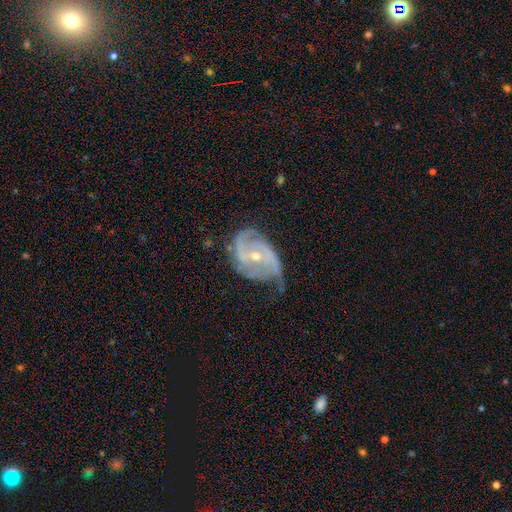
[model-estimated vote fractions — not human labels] smooth-or-featured: featured or disk: 88% | smooth: 6% | star or artifact: 6%
  disk-edge-on: no: 97% | yes: 3%
    bar: weak: 43% | no: 35% | strong: 22%
    has-spiral-arms: yes: 95% | no: 5%
      spiral-winding: medium: 44% | tight: 36% | loose: 20%
      spiral-arm-count: 2: 54% | 3: 21% | can't tell: 14% | 1: 4% | 4: 4% | more than 4: 3%
    bulge-size: small: 54% | moderate: 43% | large: 1% | none: 1% | dominant: 1%
  merging: none: 45% | minor disturbance: 33% | major disturbance: 20% | merger: 2%